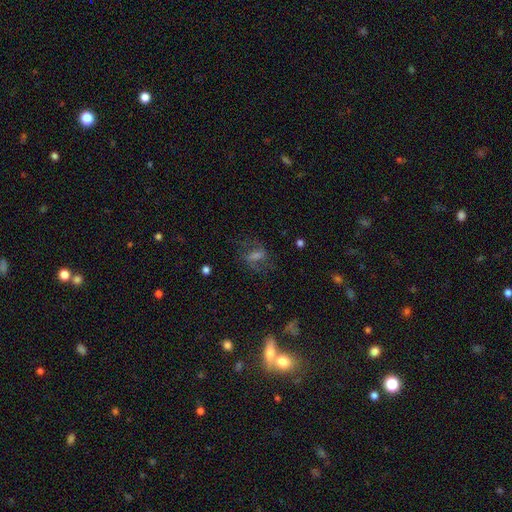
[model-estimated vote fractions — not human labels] Smooth or featured? Predicted: featured or disk (p=0.46). Merging? Predicted: none (p=0.67).